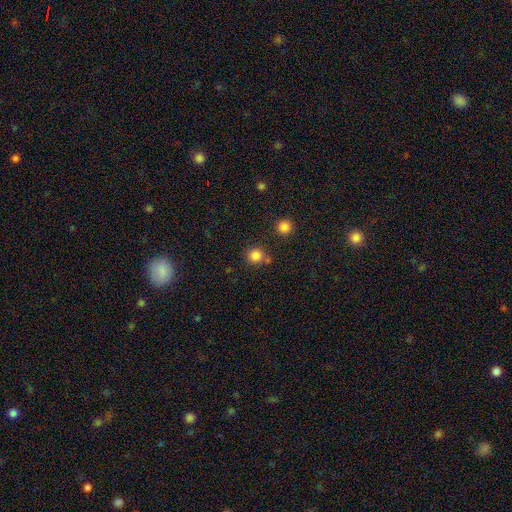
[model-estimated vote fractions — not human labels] smooth_or_featured: smooth (p=0.83) [alt: star or artifact p=0.13]
how_rounded: round (p=0.92) [alt: in between p=0.07]
merging: none (p=0.77) [alt: merger p=0.11]